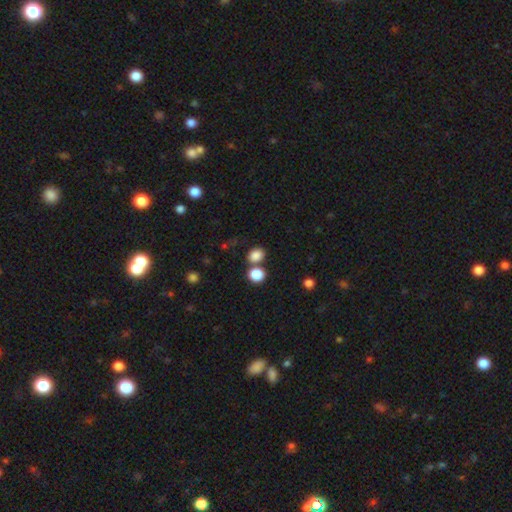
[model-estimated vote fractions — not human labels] The model was most divided on "how rounded": round: 51%, in between: 48%, cigar-shaped: 1%. More confident: smooth or featured — smooth (84%); merging — none (63%).